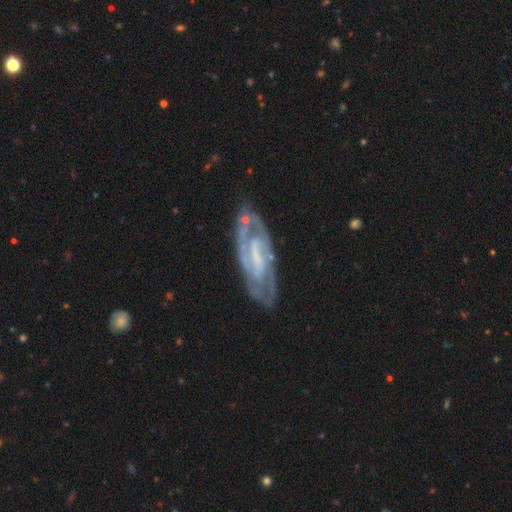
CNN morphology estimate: Overall: featured or disk (84%). Edge-on disk: no (89%). Bar: strong (42%; weak 39%). Spiral arms: yes (91%). Spiral arm count: 2 (59%; can't tell 23%). Spiral winding: tight (49%; medium 40%). Bulge size: none (40%; small 37%). Merging: none (72%).